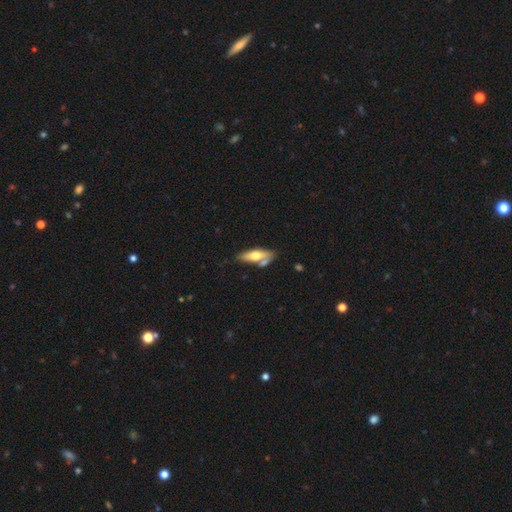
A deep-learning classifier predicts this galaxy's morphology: Smooth or featured? smooth (58%)
How rounded? in between (65%)
Merging? none (55%)